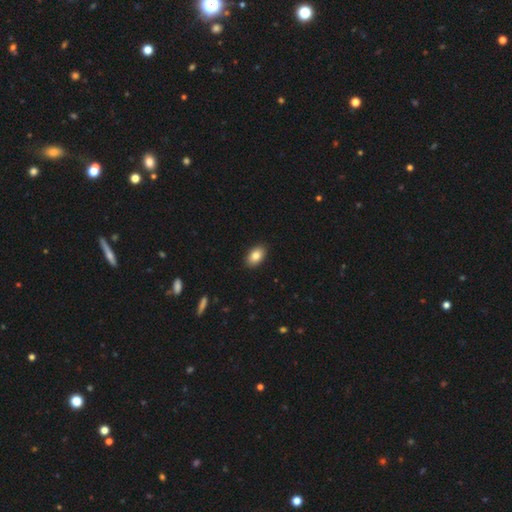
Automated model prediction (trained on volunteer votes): Morphology: type=smooth (85%); roundness=in between (91%); merging=none (90%).